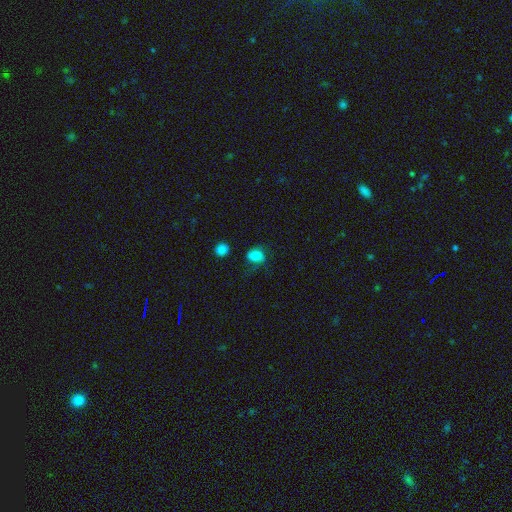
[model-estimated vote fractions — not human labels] Overall: smooth (76%). How rounded: in between (62%; round 36%). Merging: none (50%; minor disturbance 26%).